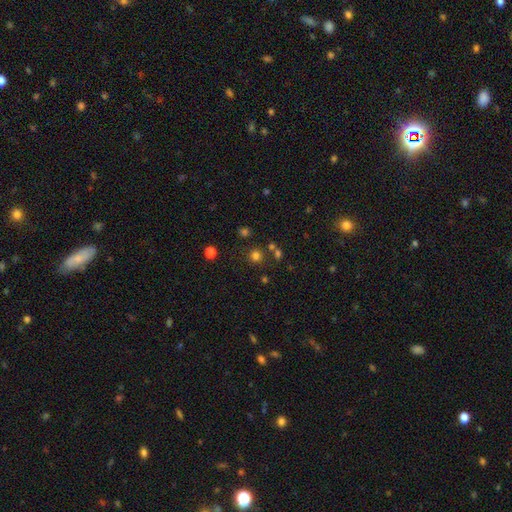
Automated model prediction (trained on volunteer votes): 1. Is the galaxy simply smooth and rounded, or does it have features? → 72% smooth, 22% star or artifact, 6% featured or disk.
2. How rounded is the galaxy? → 92% round, 7% in between, 1% cigar-shaped.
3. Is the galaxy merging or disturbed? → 79% none, 10% merger, 8% minor disturbance, 3% major disturbance.